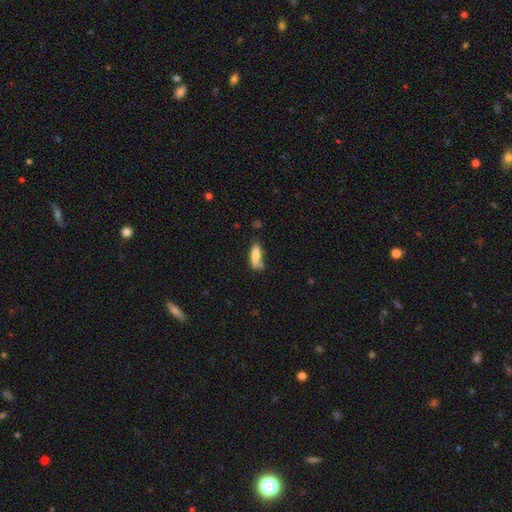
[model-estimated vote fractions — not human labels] Smooth or featured? smooth (78%)
How rounded? cigar-shaped (49%, tied with in between)
Merging? none (57%)